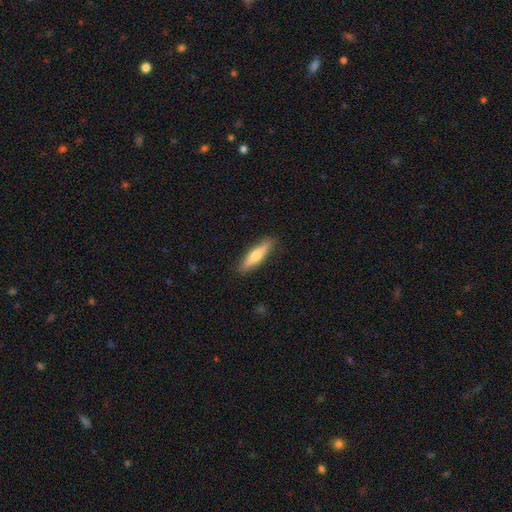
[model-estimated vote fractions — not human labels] This is possibly a smooth galaxy (60%). How rounded: likely cigar-shaped (74%). Merging: clearly none (88%).